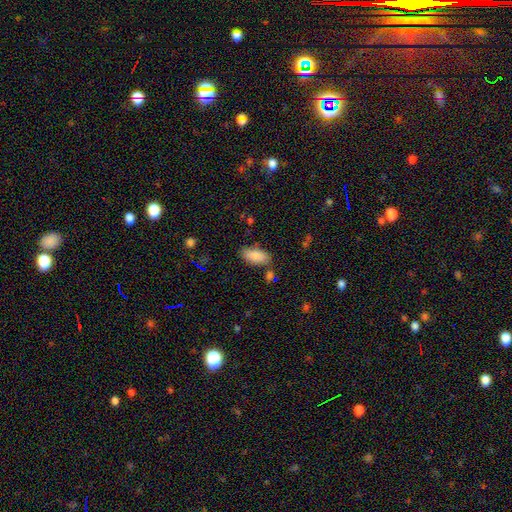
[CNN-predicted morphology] The model was most divided on "merging": none: 74%, minor disturbance: 16%, merger: 5%, major disturbance: 4%. More confident: how rounded — in between (90%); smooth or featured — smooth (86%).